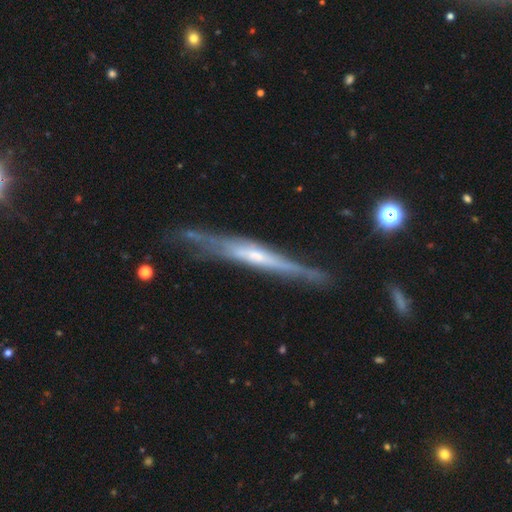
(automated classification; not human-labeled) Smooth or featured? featured or disk (75%)
Edge-on disk? yes (91%)
Edge-on bulge? none (46%)
Merging? none (65%)